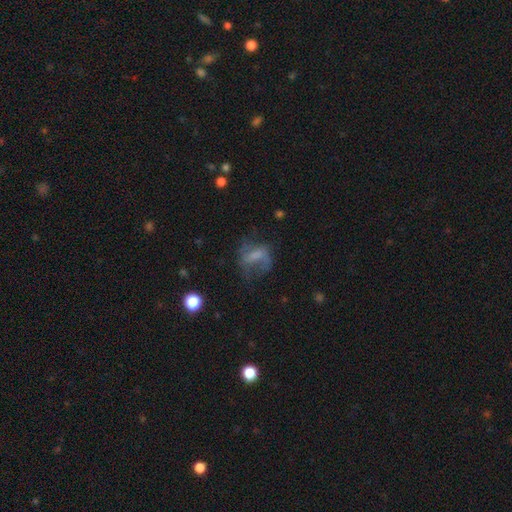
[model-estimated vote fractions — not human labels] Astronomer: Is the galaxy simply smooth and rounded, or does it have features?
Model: featured or disk — 48% (runner-up: smooth, 38%).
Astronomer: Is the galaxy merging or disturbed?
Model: major disturbance — 39% (runner-up: none, 37%).